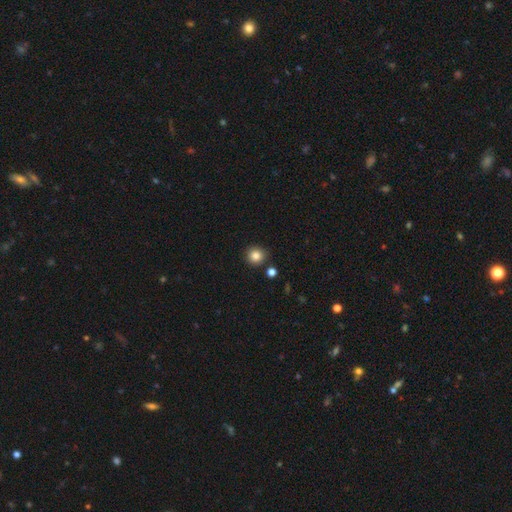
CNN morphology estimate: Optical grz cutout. It shows a smooth galaxy with no disk features (84%) that is round (93%). Merging: none (88%).